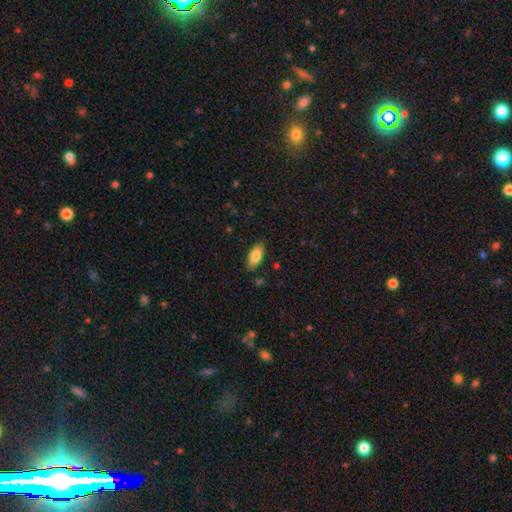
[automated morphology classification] Q: Smooth or featured?
A: smooth (81%); runner-up: featured or disk (12%)
Q: How rounded?
A: in between (87%); runner-up: cigar-shaped (11%)
Q: Merging?
A: none (86%); runner-up: minor disturbance (11%)